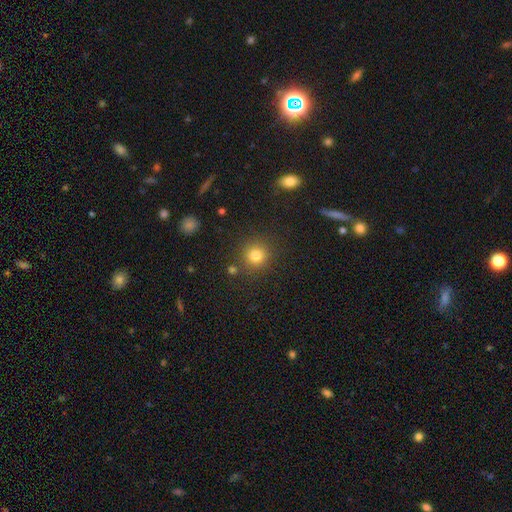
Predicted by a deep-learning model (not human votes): A smooth galaxy with no disk features (81%) that is round (91%). Merging: none (83%).